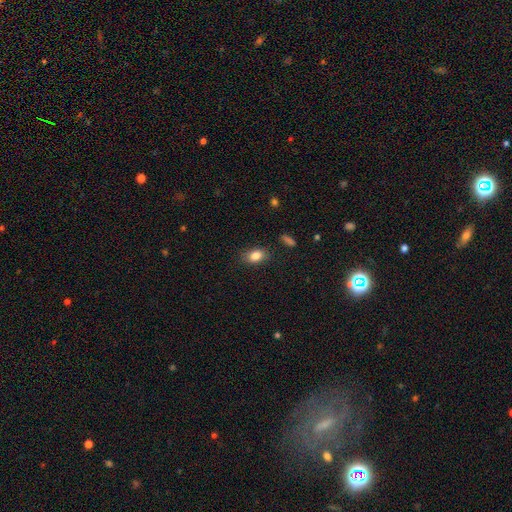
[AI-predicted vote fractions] The model was most divided on "how rounded": in between: 80%, round: 18%, cigar-shaped: 2%. More confident: smooth or featured — smooth (84%); merging — none (83%).